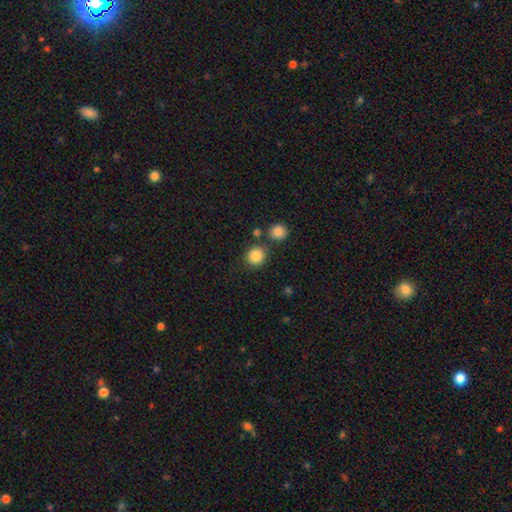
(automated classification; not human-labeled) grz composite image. It shows a smooth galaxy with no disk features (86%) that is round (85%). Merging: none (78%).